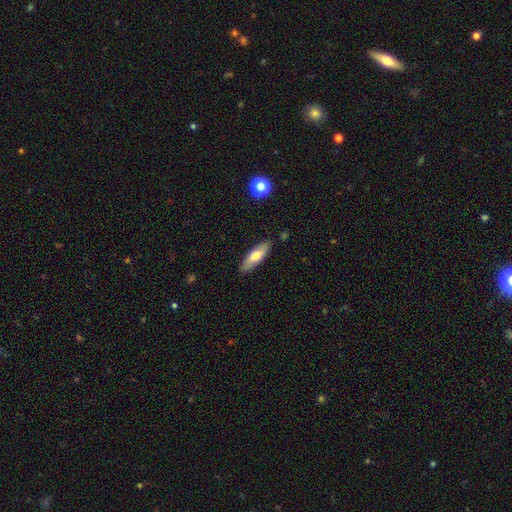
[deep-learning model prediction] Smooth or featured: smooth — 64% (featured or disk — 30%)
How rounded: in between — 58% (cigar-shaped — 40%)
Merging: none — 87% (minor disturbance — 10%)